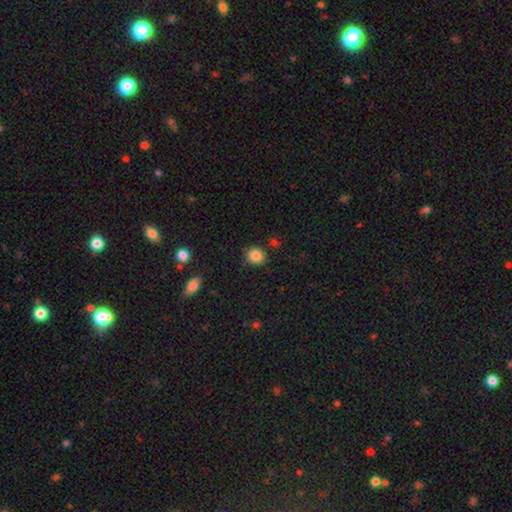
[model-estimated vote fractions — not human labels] This appears to be a smooth galaxy with no disk features (85%) that is round (83%). Merging: none (81%).